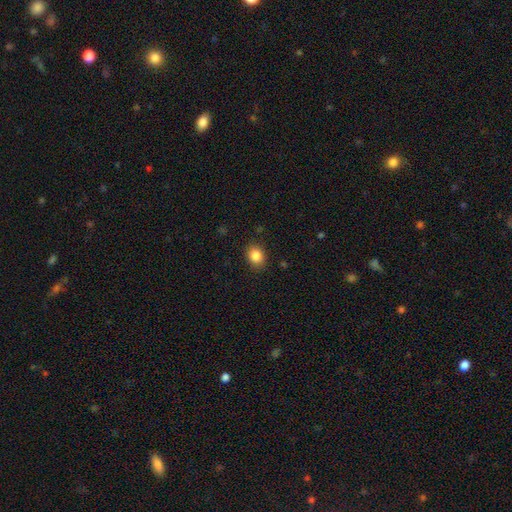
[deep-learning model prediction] Smooth or featured: smooth — 85% (star or artifact — 10%)
How rounded: round — 50% (tied with in between — 50%)
Merging: none — 87% (minor disturbance — 9%)